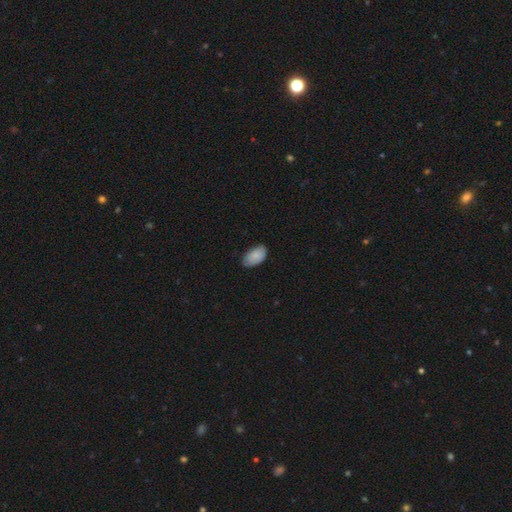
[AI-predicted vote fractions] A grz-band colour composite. It shows a smooth galaxy with no disk features (85%) that is in between round and cigar-shaped (94%). Merging: none (74%).